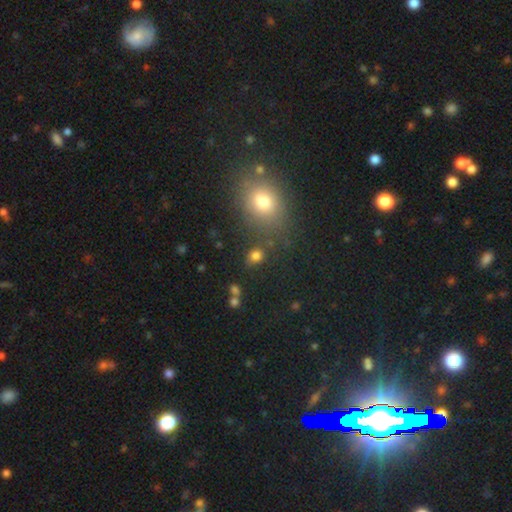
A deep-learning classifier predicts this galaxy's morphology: smooth 79%, star or artifact 15%, featured or disk 6%. Down the decision tree: how rounded — round (56%); merging — none (74%).